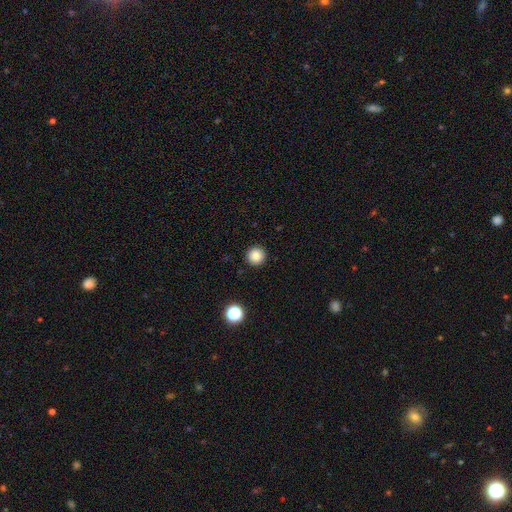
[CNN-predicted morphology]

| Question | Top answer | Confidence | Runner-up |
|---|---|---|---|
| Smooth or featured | smooth | 86% | star or artifact (11%) |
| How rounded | round | 96% | in between (3%) |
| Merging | none | 93% | minor disturbance (4%) |